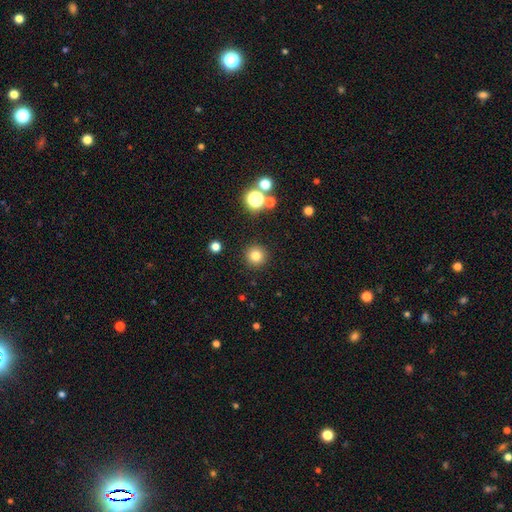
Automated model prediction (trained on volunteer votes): smooth-or-featured: smooth: 79% | star or artifact: 14% | featured or disk: 6%
  how-rounded: round: 96% | in between: 3% | cigar-shaped: 1%
  merging: none: 91% | minor disturbance: 5% | major disturbance: 2% | merger: 2%